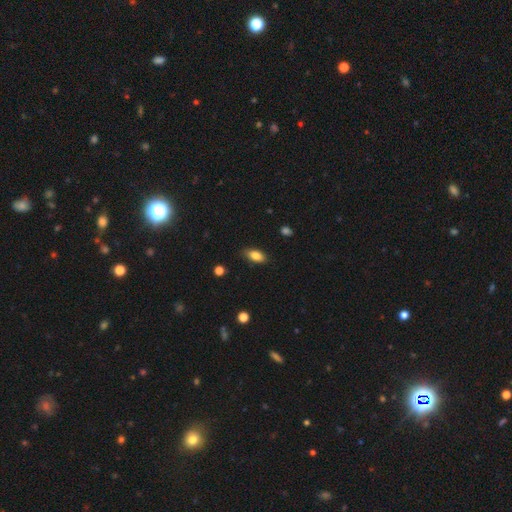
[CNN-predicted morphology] smooth 82%, featured or disk 10%, star or artifact 8%. Down the decision tree: how rounded — in between (88%); merging — none (83%).